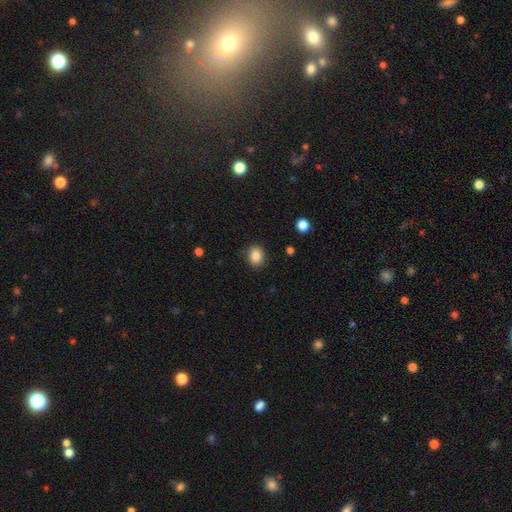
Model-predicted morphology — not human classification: smooth_or_featured: smooth (p=0.86) [alt: star or artifact p=0.09]
how_rounded: round (p=0.55) [alt: in between p=0.44]
merging: none (p=0.86) [alt: minor disturbance p=0.10]